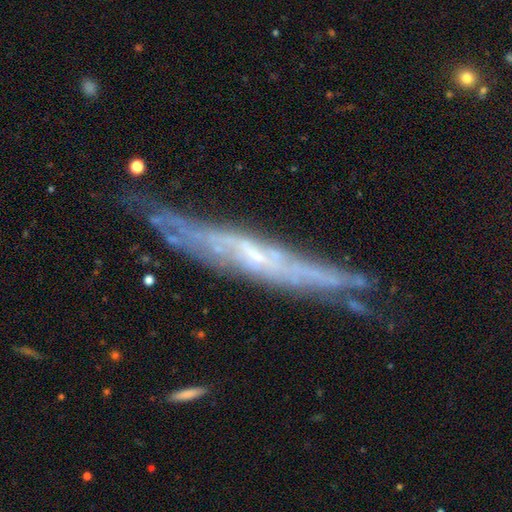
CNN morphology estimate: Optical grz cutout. It shows a featured or disk galaxy (76%) viewed edge-on (77%) with no central bulge (61%). Merging: none (71%).